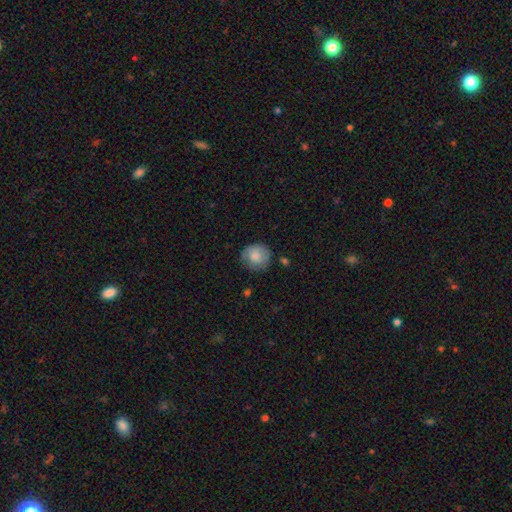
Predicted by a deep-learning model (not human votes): Q: Smooth or featured?
A: smooth (76%); runner-up: featured or disk (17%)
Q: How rounded?
A: round (88%); runner-up: in between (11%)
Q: Merging?
A: none (70%); runner-up: minor disturbance (22%)